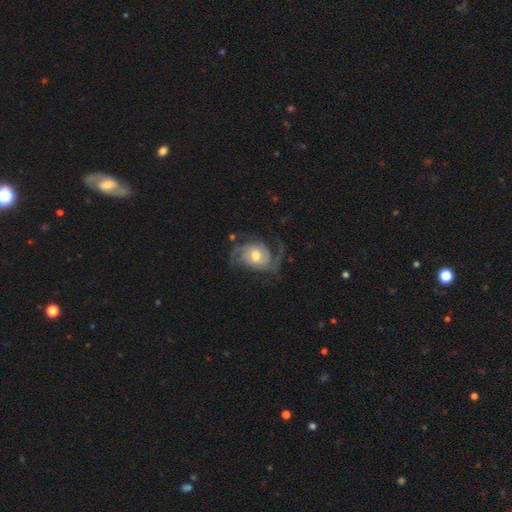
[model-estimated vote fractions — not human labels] This appears to be a featured or disk galaxy (86%) with no bar (65%), 2 (49%) medium (44%) spiral arms (96%) and a moderate central bulge (70%). Merging: none (62%).